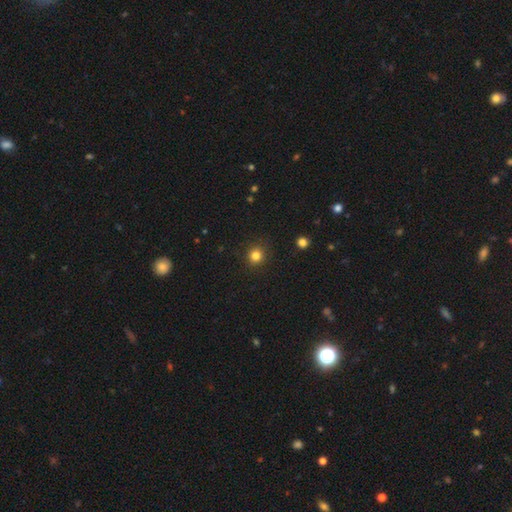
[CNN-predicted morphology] Q: Smooth or featured?
A: smooth (82%); runner-up: star or artifact (13%)
Q: How rounded?
A: round (91%); runner-up: in between (8%)
Q: Merging?
A: none (90%); runner-up: minor disturbance (7%)